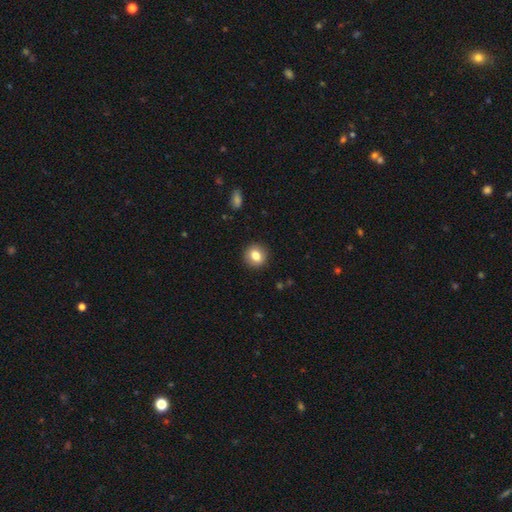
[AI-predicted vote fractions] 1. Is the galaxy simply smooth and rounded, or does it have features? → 81% smooth, 10% featured or disk, 9% star or artifact.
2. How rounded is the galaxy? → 82% round, 17% in between, 1% cigar-shaped.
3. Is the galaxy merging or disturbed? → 90% none, 6% minor disturbance, 2% major disturbance, 1% merger.